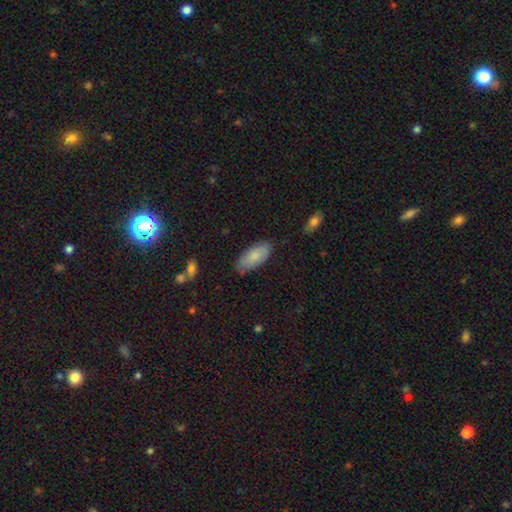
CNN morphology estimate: Smooth or featured? smooth (81%)
How rounded? in between (87%)
Merging? none (79%)